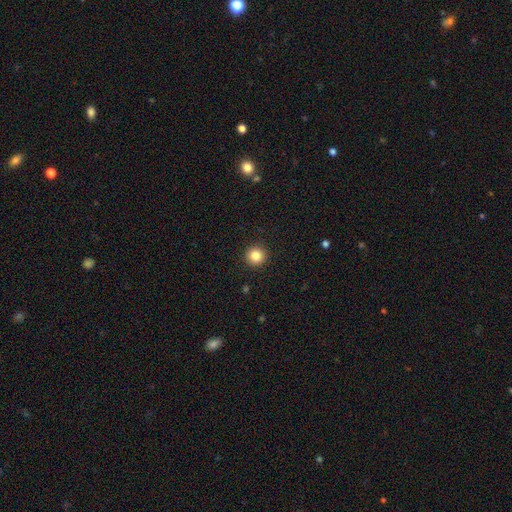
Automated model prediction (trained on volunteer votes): Smooth or featured?
  - smooth: 84% *
  - star or artifact: 11%
  - featured or disk: 6%
How rounded?
  - round: 94% *
  - in between: 5%
  - cigar-shaped: 1%
Merging?
  - none: 93% *
  - minor disturbance: 4%
  - major disturbance: 2%
  - merger: 1%